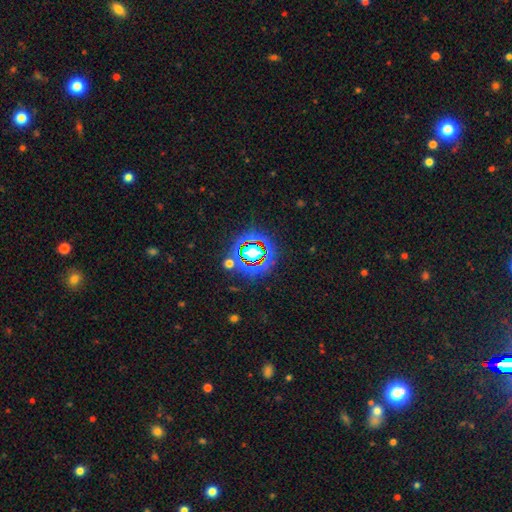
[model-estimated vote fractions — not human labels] The model was most divided on "smooth or featured": star or artifact: 78%, smooth: 13%, featured or disk: 9%.